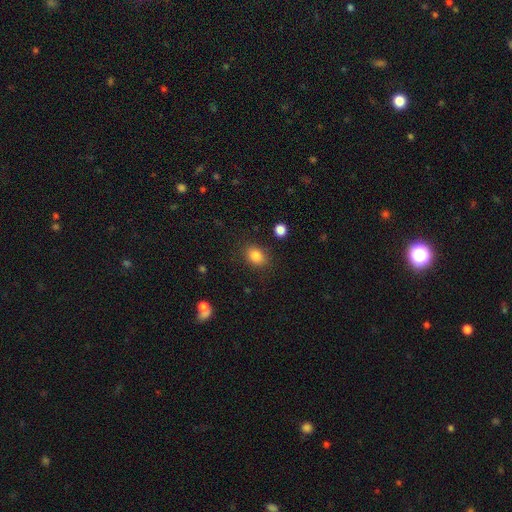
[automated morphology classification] Smooth or featured?
  - smooth: 85% *
  - star or artifact: 10%
  - featured or disk: 5%
How rounded?
  - in between: 62% *
  - round: 37%
  - cigar-shaped: 1%
Merging?
  - none: 83% *
  - minor disturbance: 11%
  - major disturbance: 4%
  - merger: 2%